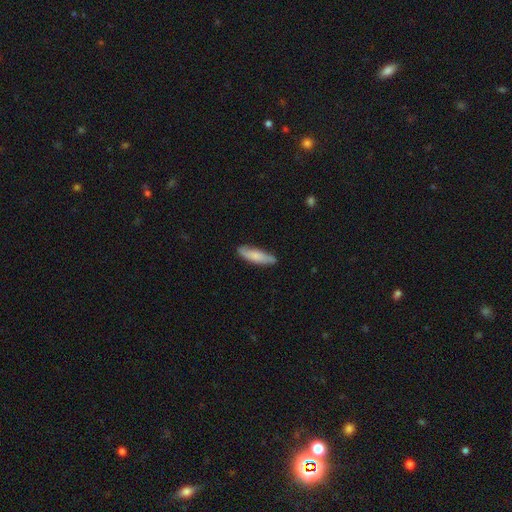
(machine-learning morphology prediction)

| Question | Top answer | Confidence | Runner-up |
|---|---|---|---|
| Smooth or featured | smooth | 78% | featured or disk (17%) |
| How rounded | cigar-shaped | 64% | in between (34%) |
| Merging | none | 81% | minor disturbance (15%) |